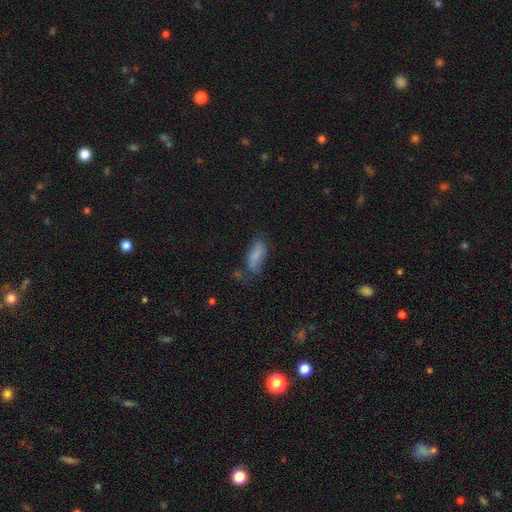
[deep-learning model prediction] smooth_or_featured: smooth (p=0.79) [alt: featured or disk p=0.13]
how_rounded: in between (p=0.80) [alt: cigar-shaped p=0.17]
merging: none (p=0.52) [alt: minor disturbance p=0.29]